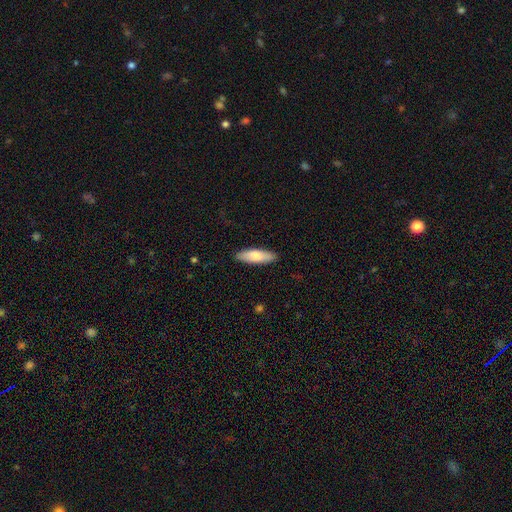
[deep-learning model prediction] smooth_or_featured: smooth (p=0.78) [alt: featured or disk p=0.17]
how_rounded: cigar-shaped (p=0.50) [alt: in between p=0.49]
merging: none (p=0.89) [alt: minor disturbance p=0.08]